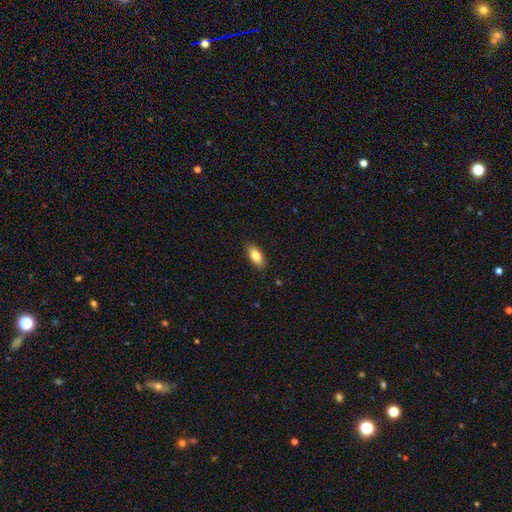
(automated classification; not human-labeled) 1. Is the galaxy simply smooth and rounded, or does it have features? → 82% smooth, 11% featured or disk, 7% star or artifact.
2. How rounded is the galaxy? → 85% in between, 12% cigar-shaped, 2% round.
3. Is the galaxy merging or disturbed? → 88% none, 9% minor disturbance, 2% major disturbance, 1% merger.